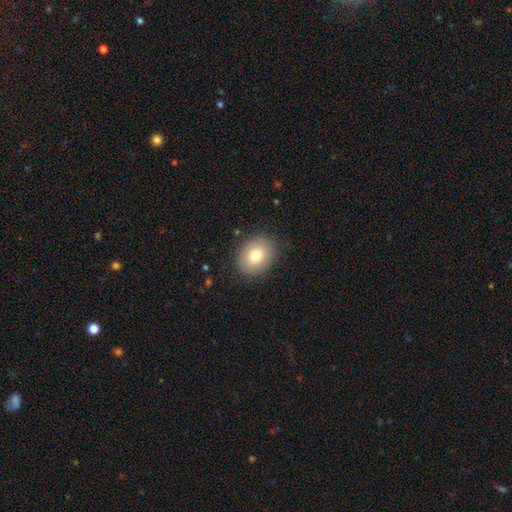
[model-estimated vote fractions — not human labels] Smooth or featured? smooth (79%)
How rounded? in between (54%)
Merging? none (85%)